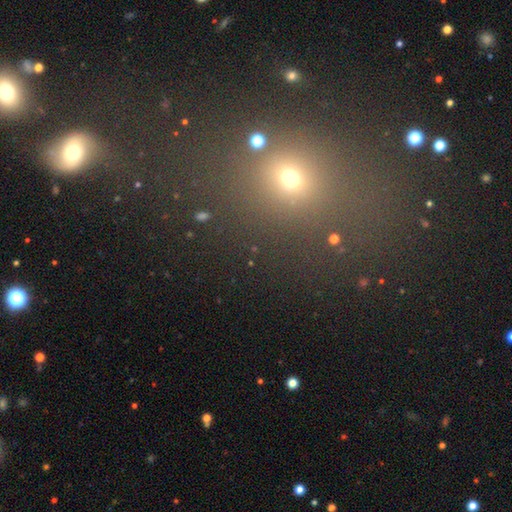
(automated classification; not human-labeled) This appears to be a star or artifact, not a galaxy (45%, tied with smooth).